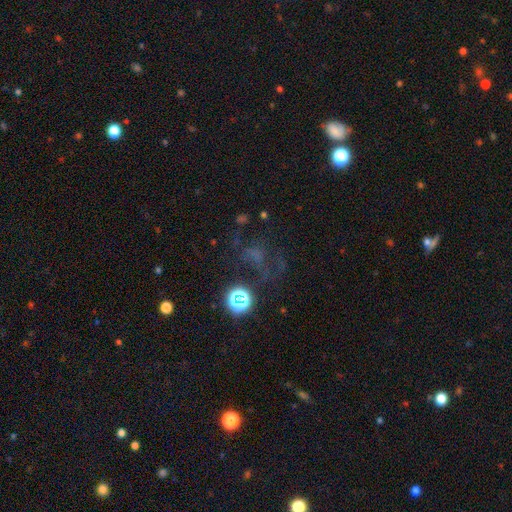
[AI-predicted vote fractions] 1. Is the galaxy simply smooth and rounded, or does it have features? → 40% star or artifact, 31% smooth, 28% featured or disk.